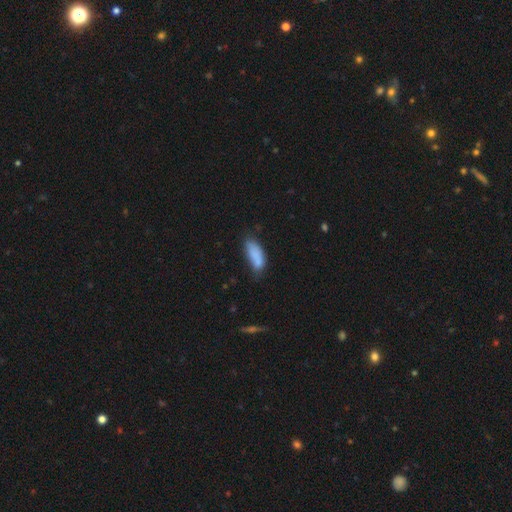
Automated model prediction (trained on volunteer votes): smooth 82%, featured or disk 10%, star or artifact 8%. Down the decision tree: how rounded — in between (75%); merging — none (46%).